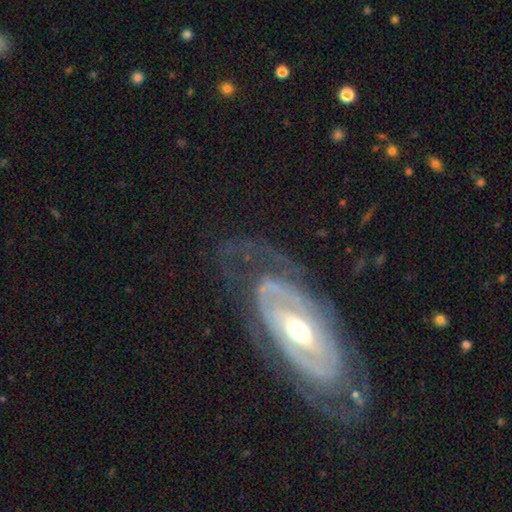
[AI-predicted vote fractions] A featured or disk galaxy (85%) with no bar (49%), 2 (49%) tight (62%) spiral arms (80%) and a moderate central bulge (69%). Merging: none (71%).